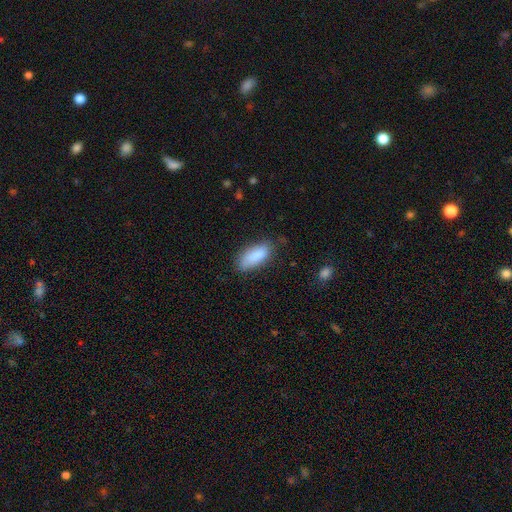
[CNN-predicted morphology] A smooth galaxy with no disk features (87%) that is in between round and cigar-shaped (79%). Merging: none (75%).